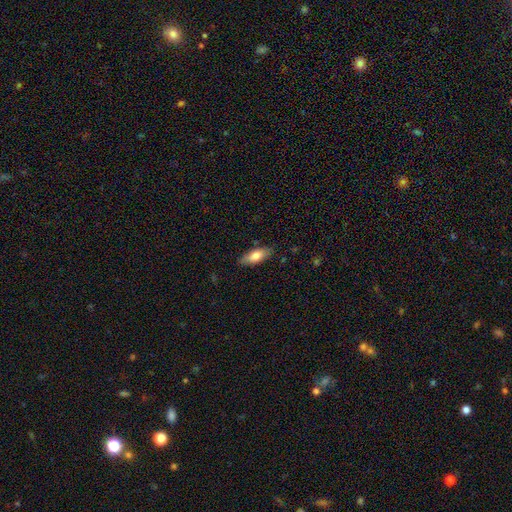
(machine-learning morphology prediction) Q: Smooth or featured?
A: smooth (76%); runner-up: featured or disk (18%)
Q: How rounded?
A: in between (76%); runner-up: cigar-shaped (22%)
Q: Merging?
A: none (83%); runner-up: minor disturbance (13%)